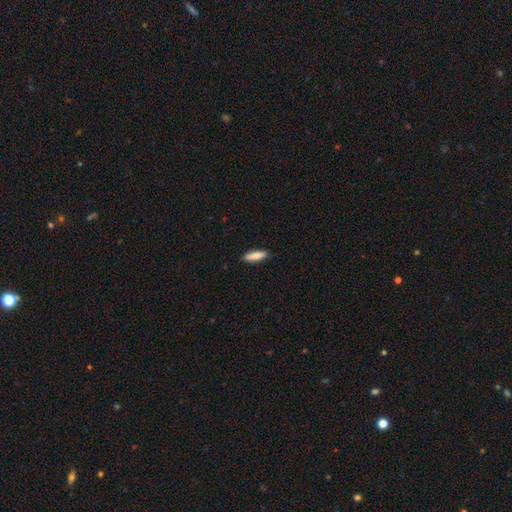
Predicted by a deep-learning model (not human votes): A smooth galaxy with no disk features (84%) that is cigar-shaped (60%). Merging: none (90%).